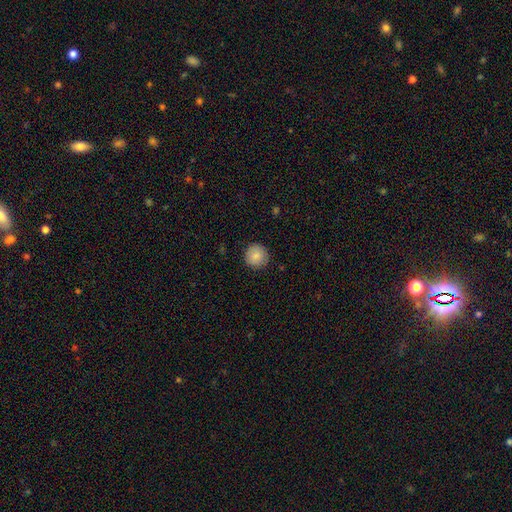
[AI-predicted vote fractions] This appears to be a smooth galaxy with no disk features (87%) that is round (95%). Merging: none (90%).